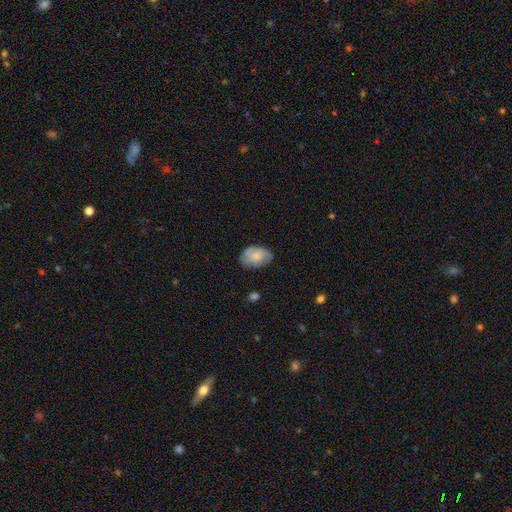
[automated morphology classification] smooth 65%, featured or disk 28%, star or artifact 7%. Down the decision tree: how rounded — in between (86%); merging — none (70%).